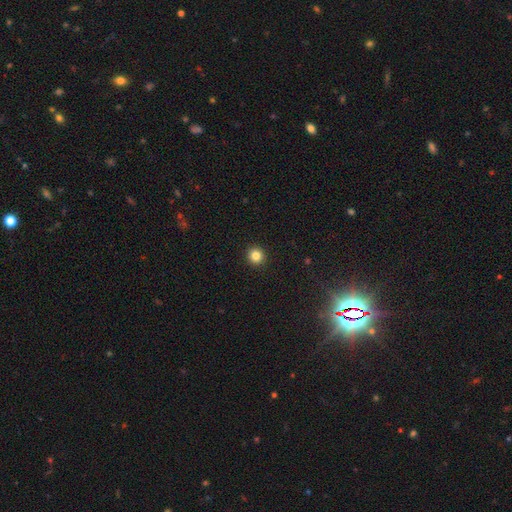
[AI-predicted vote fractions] Q: Smooth or featured?
A: smooth (83%); runner-up: star or artifact (12%)
Q: How rounded?
A: round (94%); runner-up: in between (5%)
Q: Merging?
A: none (93%); runner-up: minor disturbance (4%)